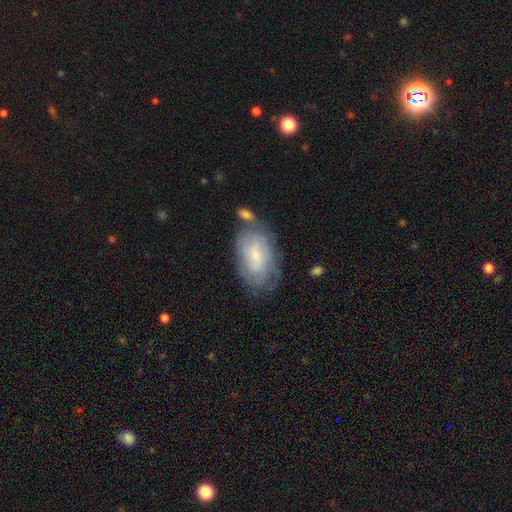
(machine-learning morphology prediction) This appears to be a smooth galaxy with no disk features (48%). Merging: none (58%).